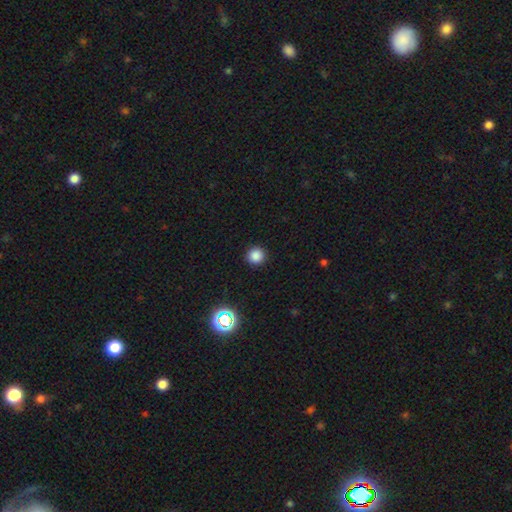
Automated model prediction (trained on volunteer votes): smooth_or_featured: smooth (p=0.83) [alt: star or artifact p=0.14]
how_rounded: round (p=0.95) [alt: in between p=0.04]
merging: none (p=0.92) [alt: minor disturbance p=0.05]